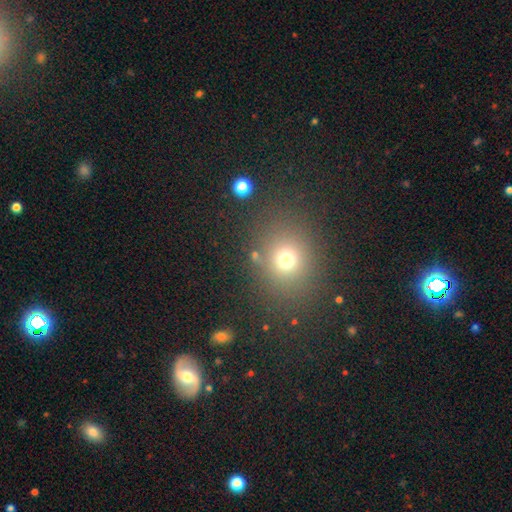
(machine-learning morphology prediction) type=smooth (62%); roundness=round (64%); merging=none (84%).